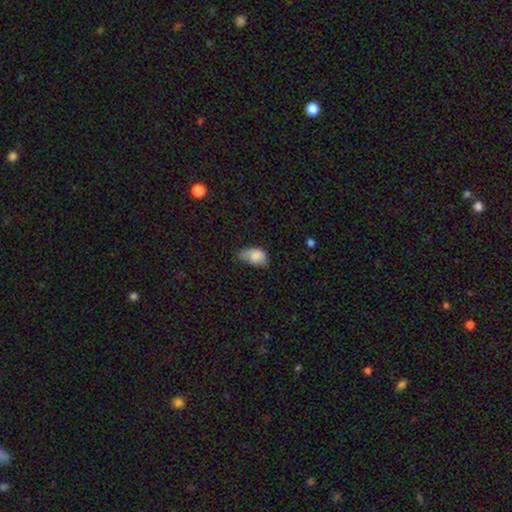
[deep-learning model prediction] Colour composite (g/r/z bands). It shows a smooth galaxy with no disk features (80%) that is in between round and cigar-shaped (89%). Merging: minor disturbance (48%).